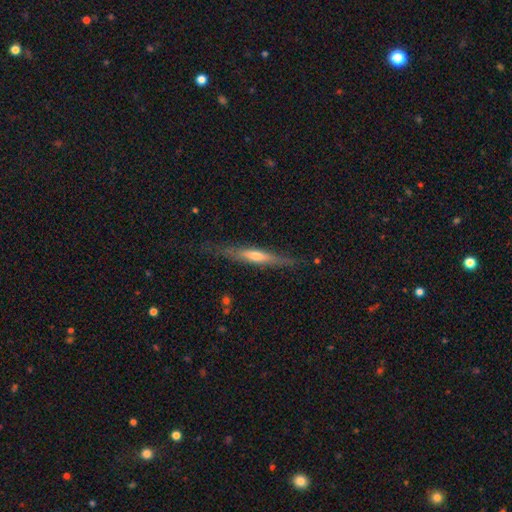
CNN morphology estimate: Smooth or featured? Predicted: featured or disk (p=0.64). Edge-on disk? Predicted: yes (p=0.94). Edge-on bulge? Predicted: rounded (p=0.66). Merging? Predicted: none (p=0.78).